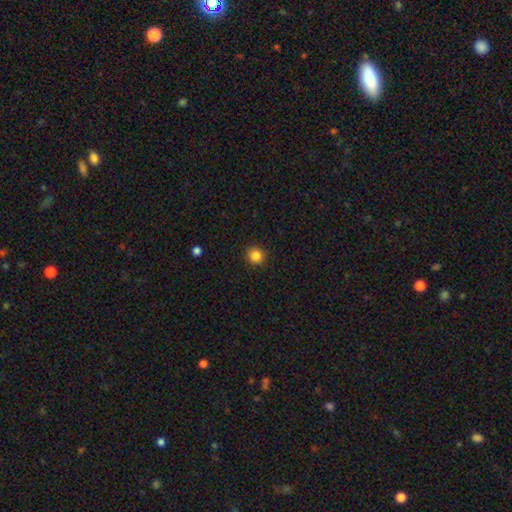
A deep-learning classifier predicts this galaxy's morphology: Q: Smooth or featured?
A: smooth (85%); runner-up: star or artifact (11%)
Q: How rounded?
A: round (91%); runner-up: in between (8%)
Q: Merging?
A: none (92%); runner-up: minor disturbance (5%)